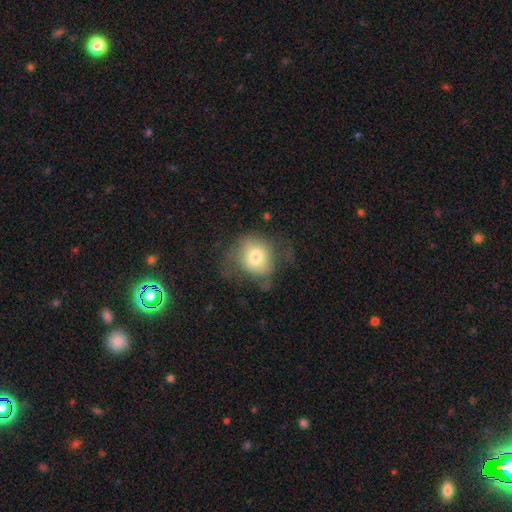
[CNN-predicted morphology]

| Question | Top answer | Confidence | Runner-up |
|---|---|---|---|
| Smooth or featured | smooth | 70% | featured or disk (20%) |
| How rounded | round | 65% | in between (34%) |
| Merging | none | 47% | minor disturbance (28%) |